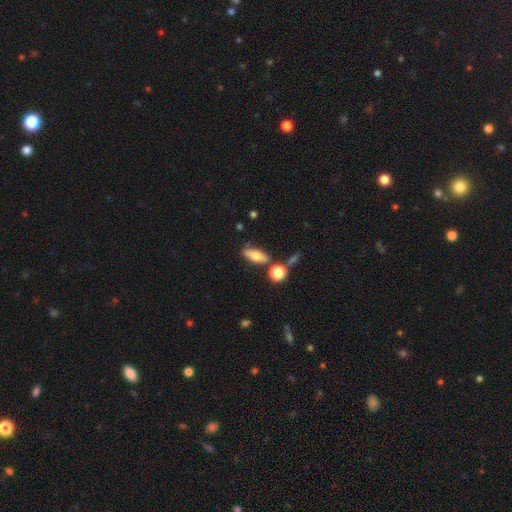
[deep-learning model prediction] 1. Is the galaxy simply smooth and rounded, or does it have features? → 67% smooth, 24% featured or disk, 9% star or artifact.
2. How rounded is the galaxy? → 65% in between, 29% cigar-shaped, 6% round.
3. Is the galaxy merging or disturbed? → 70% none, 15% minor disturbance, 11% merger, 4% major disturbance.